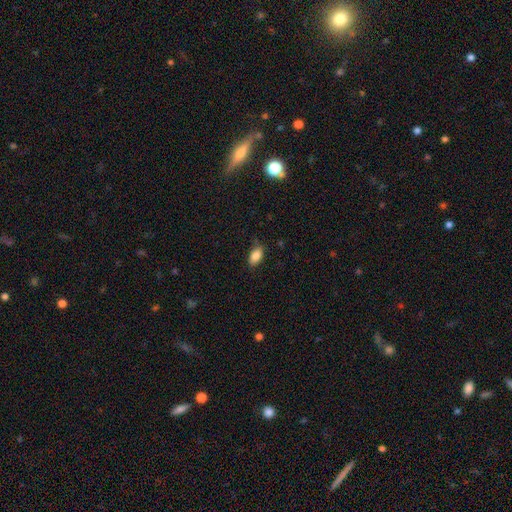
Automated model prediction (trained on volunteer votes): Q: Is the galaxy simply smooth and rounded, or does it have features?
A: smooth — 86%.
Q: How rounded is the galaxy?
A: in between — 91%.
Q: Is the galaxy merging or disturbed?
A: none — 79%.